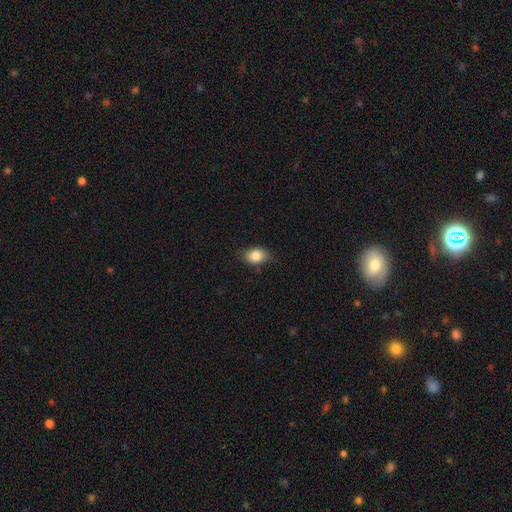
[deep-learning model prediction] smooth 85%, star or artifact 8%, featured or disk 7%. Down the decision tree: how rounded — in between (78%); merging — none (77%).